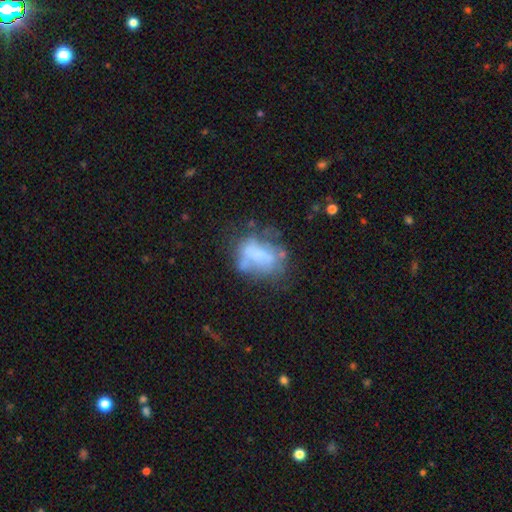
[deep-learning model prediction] Smooth or featured?
  - featured or disk: 47% *
  - smooth: 41%
  - star or artifact: 12%
Merging?
  - none: 35% *
  - major disturbance: 25%
  - minor disturbance: 23%
  - merger: 17%